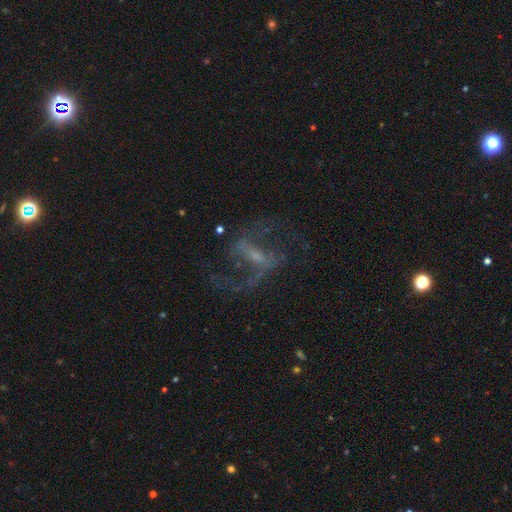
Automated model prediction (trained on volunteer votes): A featured or disk galaxy (83%) with a strong bar (44%), 2 (88%) loose (59%) spiral arms (89%) and a small central bulge (53%). Merging: none (65%).